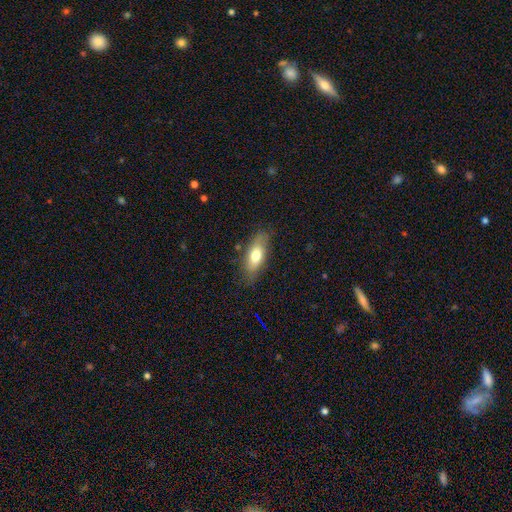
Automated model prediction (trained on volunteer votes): This appears to be a smooth galaxy with no disk features (68%) that is in between round and cigar-shaped (73%). Merging: none (79%).